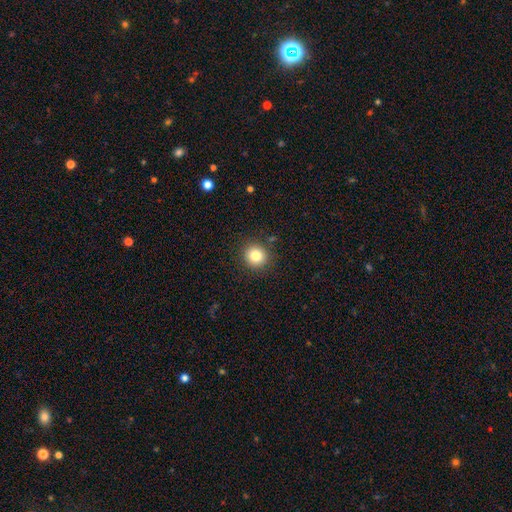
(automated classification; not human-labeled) Overall: smooth (83%). How rounded: round (91%). Merging: none (89%).